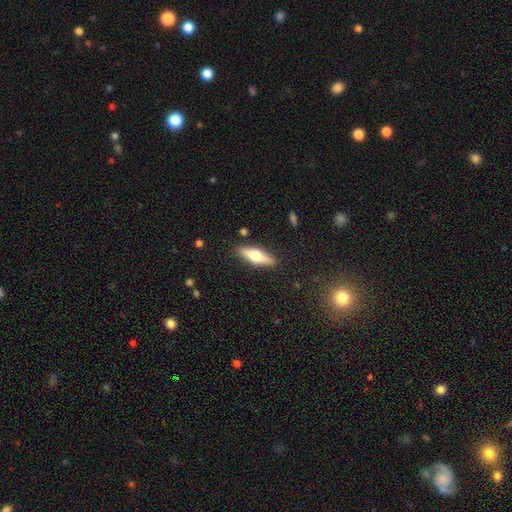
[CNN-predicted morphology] Overall: smooth (49%; featured or disk 45%). Merging: none (88%).